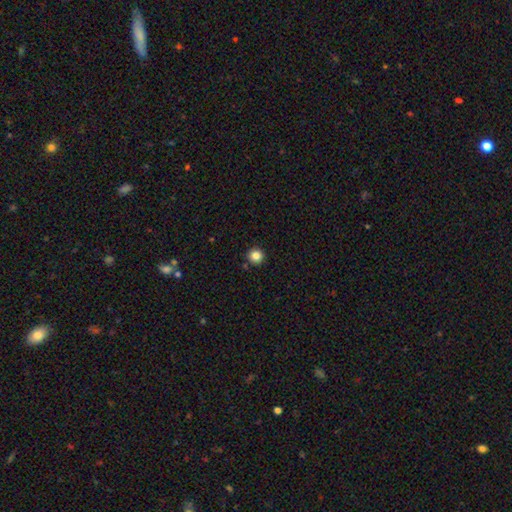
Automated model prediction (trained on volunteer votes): smooth_or_featured: smooth (p=0.84) [alt: star or artifact p=0.11]
how_rounded: round (p=0.95) [alt: in between p=0.04]
merging: none (p=0.90) [alt: minor disturbance p=0.06]